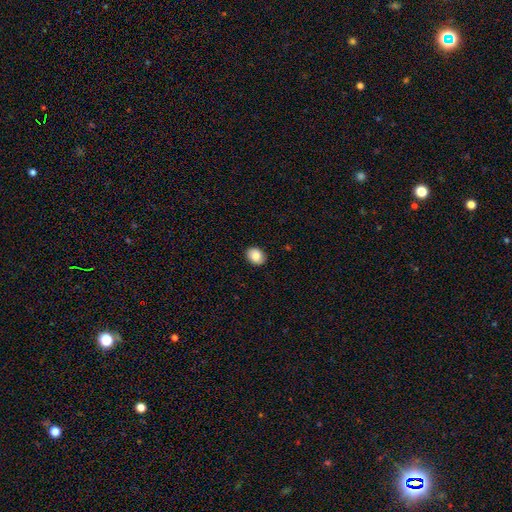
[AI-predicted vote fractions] smooth 86%, star or artifact 8%, featured or disk 6%. Down the decision tree: how rounded — in between (55%); merging — none (89%).